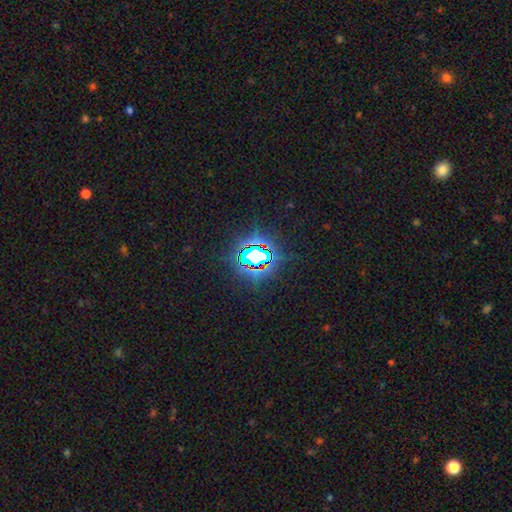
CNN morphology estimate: type=star or artifact (76%).